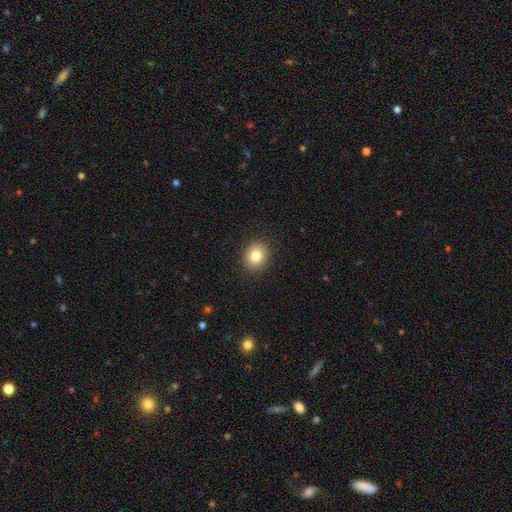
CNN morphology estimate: The model was most divided on "how rounded": round: 62%, in between: 37%, cigar-shaped: 1%. More confident: merging — none (89%); smooth or featured — smooth (83%).